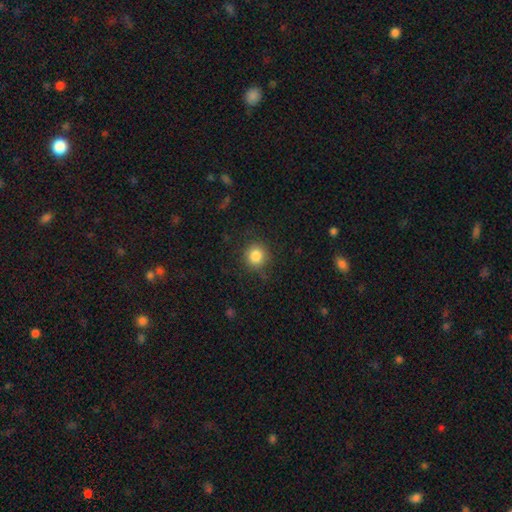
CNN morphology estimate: Q: Smooth or featured?
A: smooth (85%); runner-up: star or artifact (10%)
Q: How rounded?
A: round (92%); runner-up: in between (7%)
Q: Merging?
A: none (87%); runner-up: minor disturbance (9%)